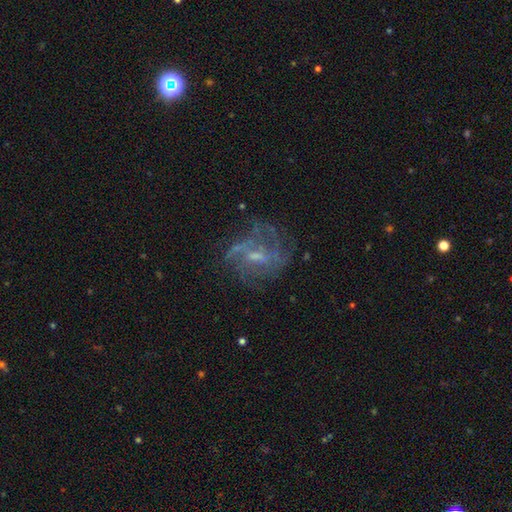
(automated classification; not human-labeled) Smooth or featured?
  - featured or disk: 74% *
  - smooth: 13%
  - star or artifact: 13%
Edge-on disk?
  - no: 97% *
  - yes: 3%
Bar?
  - weak: 53% *
  - no: 35%
  - strong: 12%
Spiral arms?
  - yes: 74% *
  - no: 26%
Spiral winding?
  - medium: 42% *
  - tight: 29%
  - loose: 29%
Spiral arm count?
  - can't tell: 43% *
  - 3: 17%
  - 4: 15%
  - 2: 13%
  - more than 4: 6%
  - 1: 5%
Bulge size?
  - small: 47% *
  - moderate: 34%
  - none: 17%
  - large: 2%
  - dominant: 1%
Merging?
  - none: 56% *
  - major disturbance: 23%
  - minor disturbance: 18%
  - merger: 3%